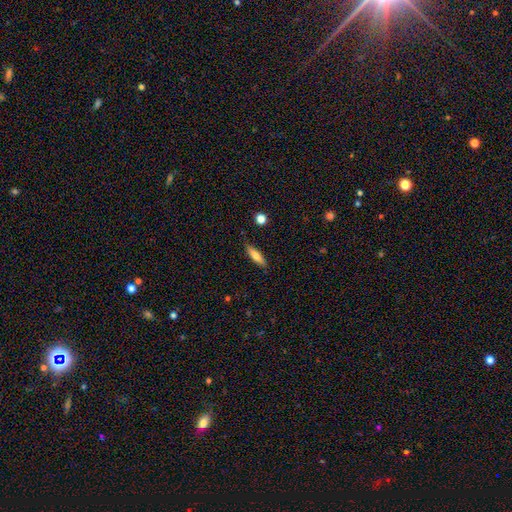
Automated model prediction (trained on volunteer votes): This appears to be a smooth galaxy with no disk features (71%) that is cigar-shaped (67%). Merging: none (85%).